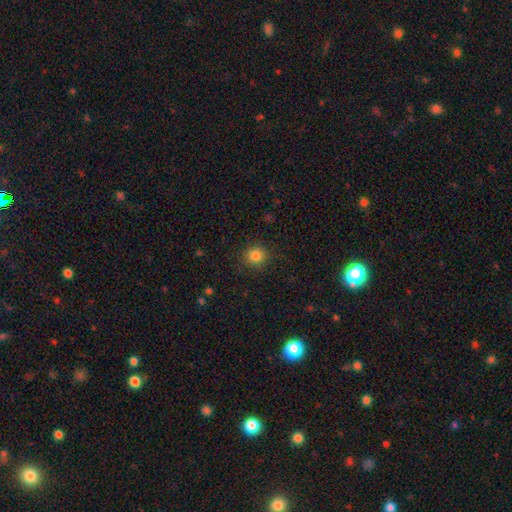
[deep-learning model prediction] Smooth or featured? smooth (83%)
How rounded? round (91%)
Merging? none (89%)